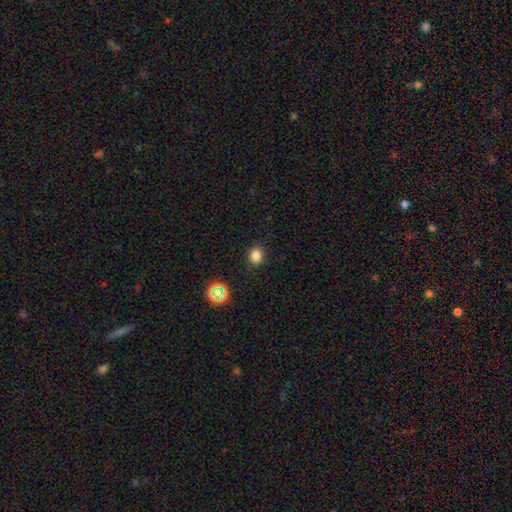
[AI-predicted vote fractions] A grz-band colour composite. It shows a smooth galaxy with no disk features (80%) that is round (68%). Merging: none (88%).